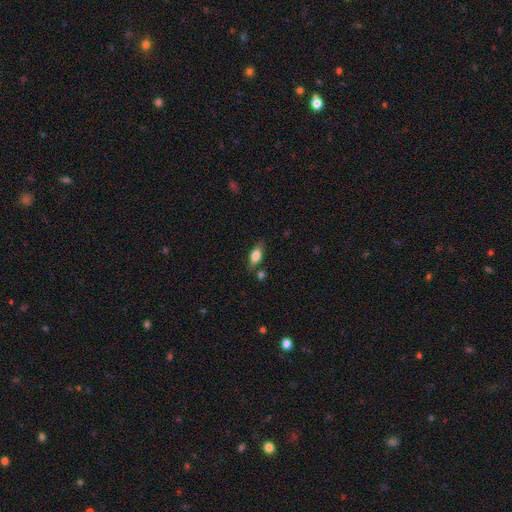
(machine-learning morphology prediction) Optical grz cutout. It shows a smooth galaxy with no disk features (76%) that is in between round and cigar-shaped (83%). Merging: none (74%).